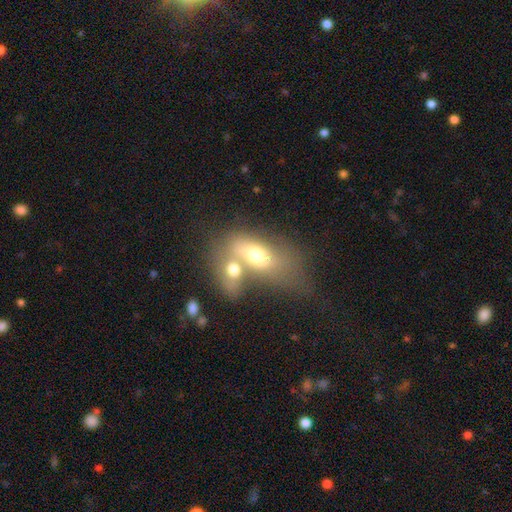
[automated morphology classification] This appears to be a smooth galaxy with no disk features (59%) that is in between round and cigar-shaped (79%). Merging: merger (65%).